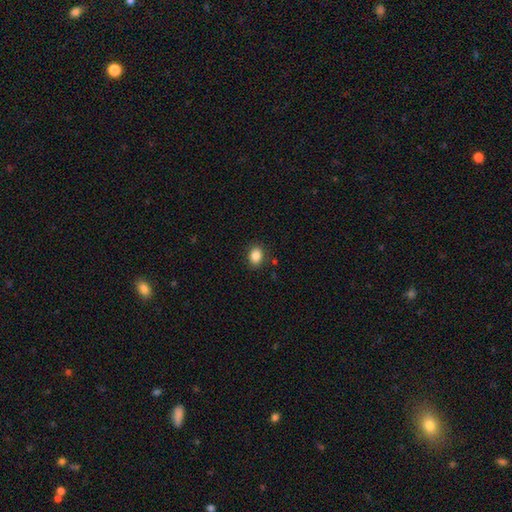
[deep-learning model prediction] The model was most divided on "how rounded": in between: 62%, round: 37%, cigar-shaped: 1%. More confident: merging — none (86%); smooth or featured — smooth (86%).